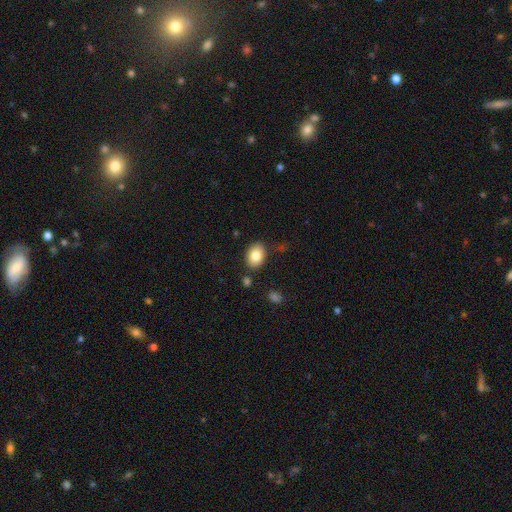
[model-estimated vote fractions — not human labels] smooth_or_featured: smooth (p=0.83) [alt: featured or disk p=0.10]
how_rounded: in between (p=0.79) [alt: round p=0.20]
merging: none (p=0.82) [alt: minor disturbance p=0.11]